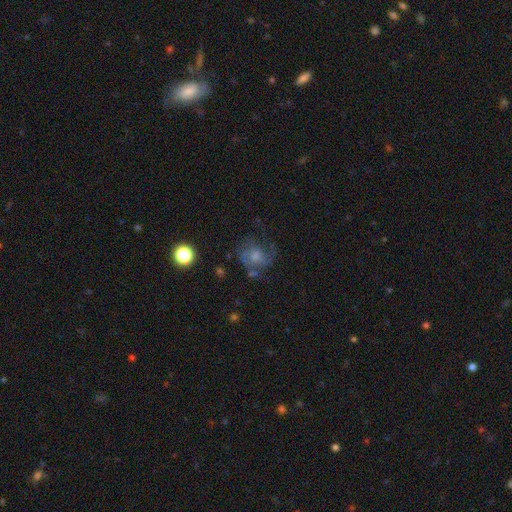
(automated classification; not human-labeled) smooth-or-featured: featured or disk: 60% | smooth: 24% | star or artifact: 16%
  disk-edge-on: no: 97% | yes: 3%
    bar: no: 75% | weak: 22% | strong: 3%
    has-spiral-arms: yes: 85% | no: 15%
    bulge-size: moderate: 52% | small: 32% | large: 8% | none: 6% | dominant: 2%
  merging: none: 60% | minor disturbance: 19% | major disturbance: 16% | merger: 4%